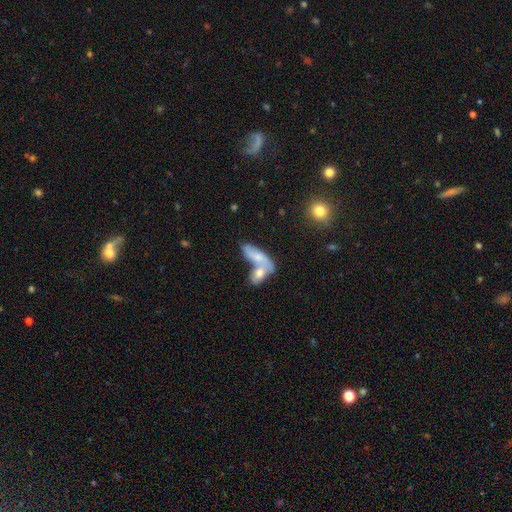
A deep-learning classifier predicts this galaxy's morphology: Overall: smooth (64%; featured or disk 28%). How rounded: in between (68%). Merging: merger (60%; none 25%).